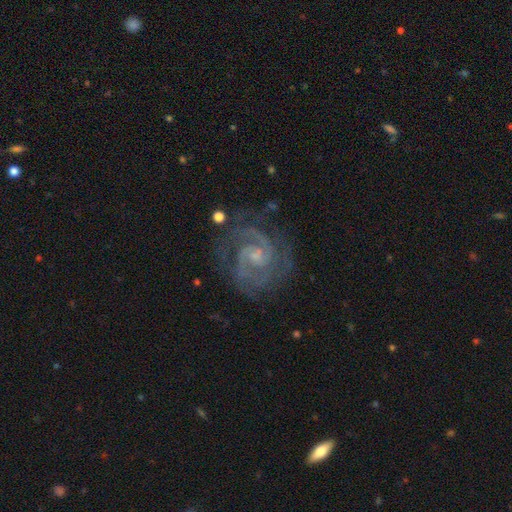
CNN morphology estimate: Overall: featured or disk (91%). Edge-on disk: no (98%). Bar: no (48%; weak 43%). Spiral arms: yes (98%). Spiral arm count: 2 (76%). Spiral winding: tight (55%; medium 40%). Bulge size: small (62%; moderate 26%). Merging: none (75%).